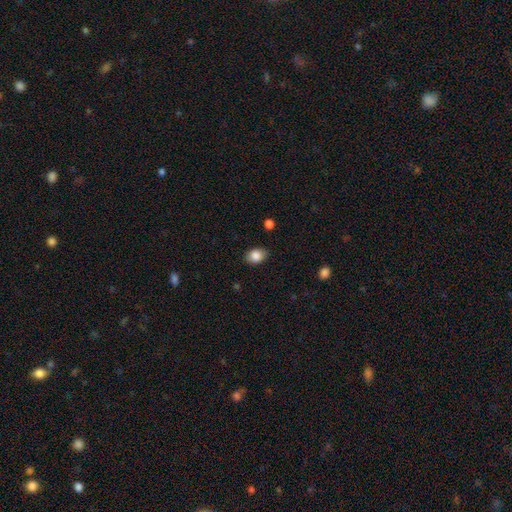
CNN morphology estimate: type=smooth (86%); roundness=in between (67%); merging=none (80%).